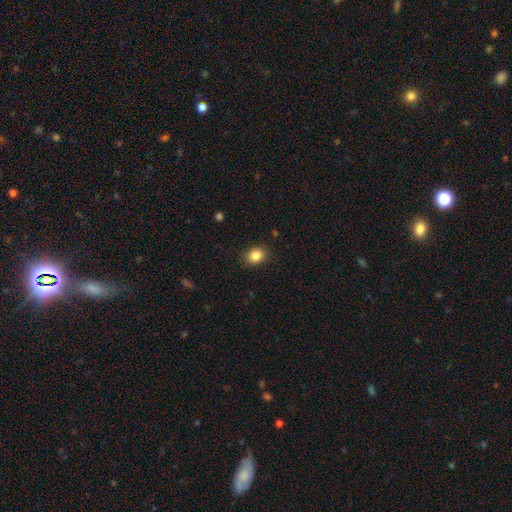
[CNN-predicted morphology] smooth-or-featured: smooth: 86% | star or artifact: 10% | featured or disk: 4%
  how-rounded: round: 55% | in between: 45% | cigar-shaped: 1%
  merging: none: 87% | minor disturbance: 9% | major disturbance: 3% | merger: 1%